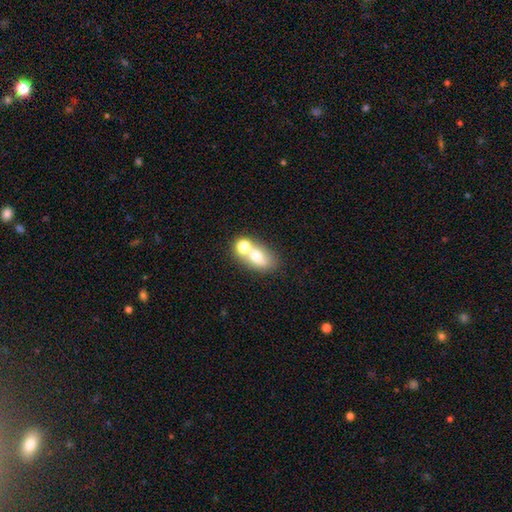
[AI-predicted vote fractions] Smooth or featured?
  - smooth: 65% *
  - featured or disk: 23%
  - star or artifact: 12%
How rounded?
  - in between: 75% *
  - round: 22%
  - cigar-shaped: 4%
Merging?
  - merger: 43% *
  - none: 42%
  - minor disturbance: 10%
  - major disturbance: 5%